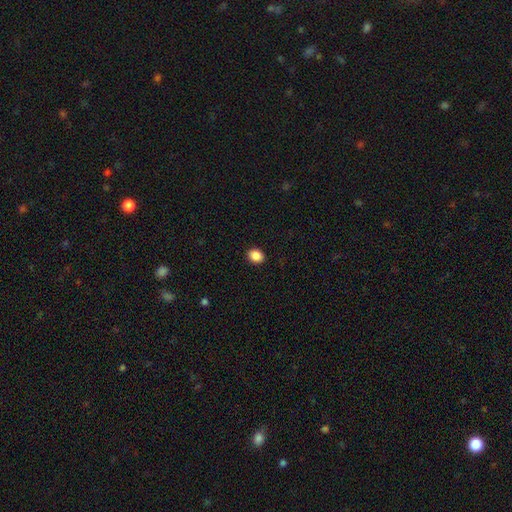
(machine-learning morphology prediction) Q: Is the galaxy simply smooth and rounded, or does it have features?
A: smooth — 88%.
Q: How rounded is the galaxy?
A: round — 54%.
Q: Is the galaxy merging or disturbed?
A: none — 91%.